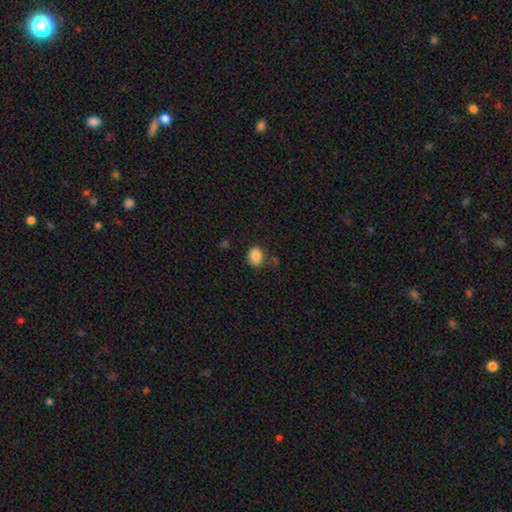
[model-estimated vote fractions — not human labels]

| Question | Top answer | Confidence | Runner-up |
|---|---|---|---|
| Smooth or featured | smooth | 86% | star or artifact (9%) |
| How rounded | in between | 52% | round (47%) |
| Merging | none | 70% | minor disturbance (20%) |